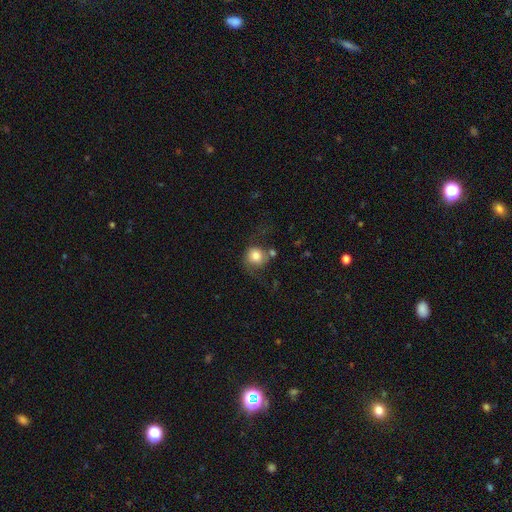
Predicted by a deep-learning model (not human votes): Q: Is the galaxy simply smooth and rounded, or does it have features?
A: smooth — 78%.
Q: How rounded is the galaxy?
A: round — 85%.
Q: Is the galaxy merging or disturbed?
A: none — 48%.